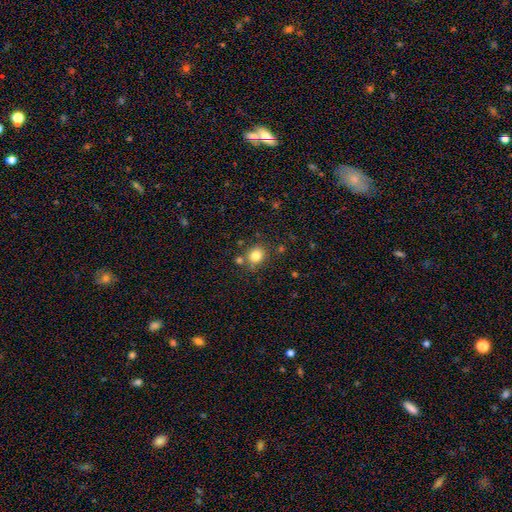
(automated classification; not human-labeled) Smooth or featured? smooth (81%)
How rounded? round (80%)
Merging? none (74%)